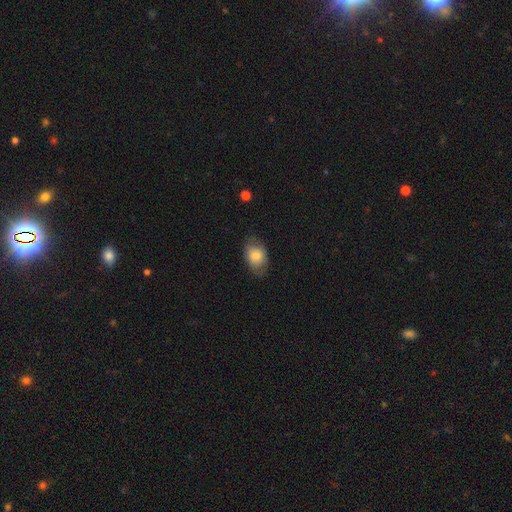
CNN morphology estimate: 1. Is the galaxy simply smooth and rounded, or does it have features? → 76% smooth, 17% featured or disk, 7% star or artifact.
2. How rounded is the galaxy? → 79% in between, 20% round, 1% cigar-shaped.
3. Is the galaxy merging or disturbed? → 73% none, 20% minor disturbance, 6% major disturbance, 1% merger.